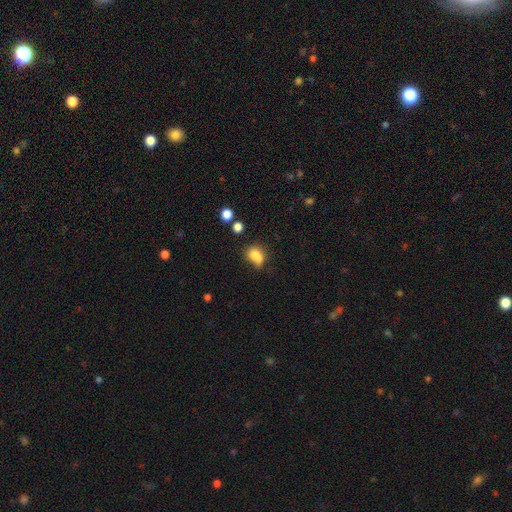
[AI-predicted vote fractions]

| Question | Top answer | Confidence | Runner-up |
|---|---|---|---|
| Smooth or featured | smooth | 74% | featured or disk (14%) |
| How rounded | in between | 56% | round (42%) |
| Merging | merger | 33% | none (31%) |